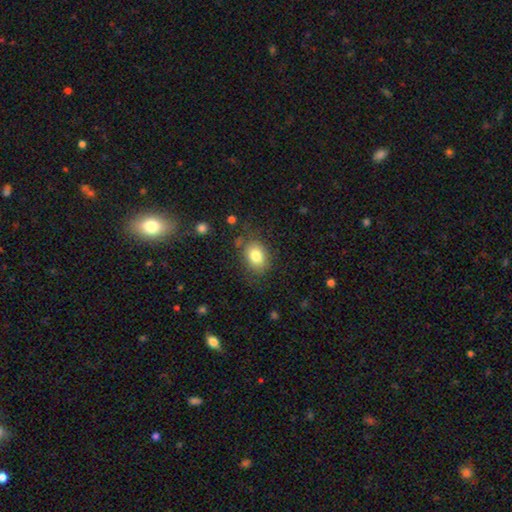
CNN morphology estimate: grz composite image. It shows a smooth galaxy with no disk features (81%) that is in between round and cigar-shaped (69%). Merging: none (73%).